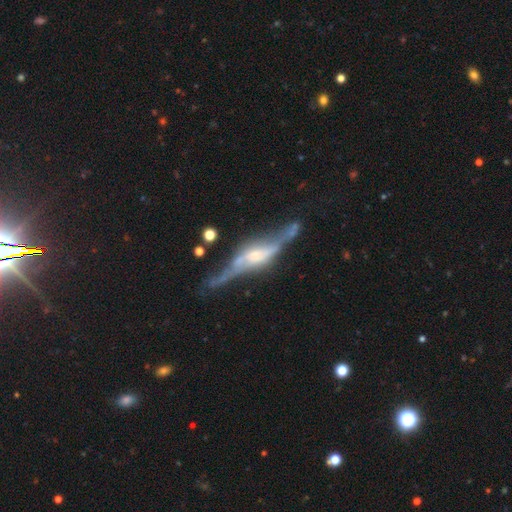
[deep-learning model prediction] smooth_or_featured: featured or disk (p=0.85) [alt: smooth p=0.09]
disk_edge_on: yes (p=0.73) [alt: no p=0.27]
edge_on_bulge: rounded (p=0.63) [alt: boxy p=0.30]
merging: none (p=0.57) [alt: minor disturbance p=0.23]